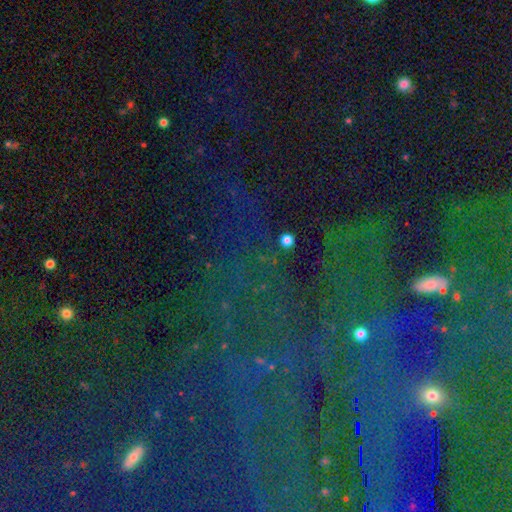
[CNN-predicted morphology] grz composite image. It shows a star or artifact, not a galaxy (81%).